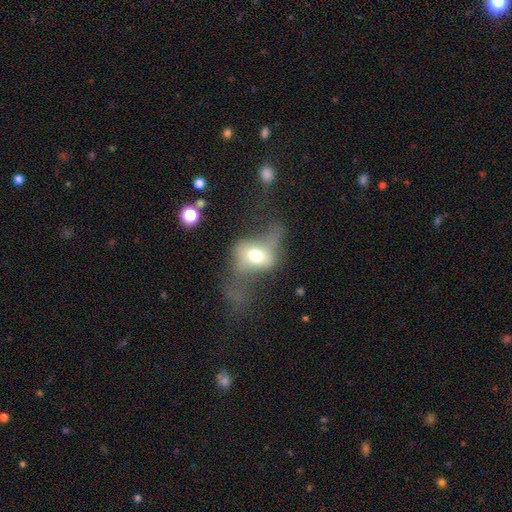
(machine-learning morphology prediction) The model was most divided on "smooth or featured" (2-way tie): featured or disk: 45%, smooth: 45%, star or artifact: 10%. More confident: merging — major disturbance (51%).